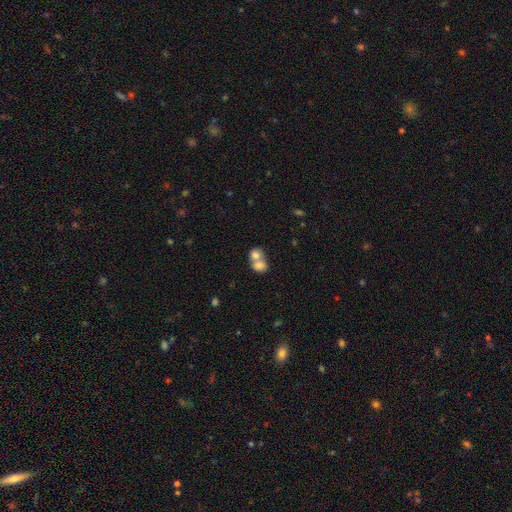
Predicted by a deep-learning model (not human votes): Smooth or featured: smooth — 78% (featured or disk — 14%)
How rounded: round — 54% (in between — 45%)
Merging: merger — 71% (none — 21%)